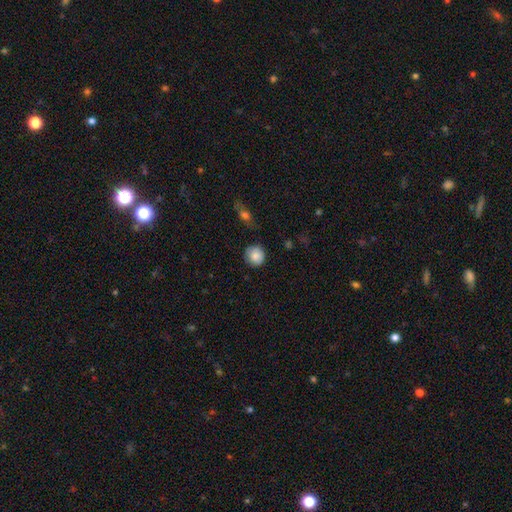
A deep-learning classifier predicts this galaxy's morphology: Q: Smooth or featured?
A: smooth (86%); runner-up: star or artifact (8%)
Q: How rounded?
A: round (90%); runner-up: in between (9%)
Q: Merging?
A: none (81%); runner-up: minor disturbance (14%)